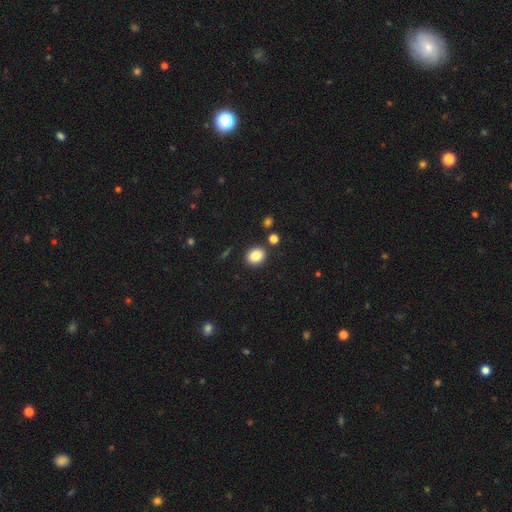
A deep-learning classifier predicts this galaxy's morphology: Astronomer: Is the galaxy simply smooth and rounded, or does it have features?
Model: smooth — 85%.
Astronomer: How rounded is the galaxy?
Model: round — 59% (runner-up: in between, 40%).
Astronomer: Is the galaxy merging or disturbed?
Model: none — 86%.